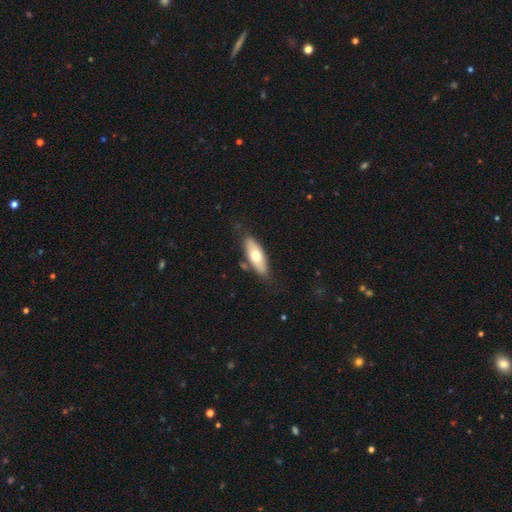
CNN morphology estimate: Q: Smooth or featured?
A: smooth (63%); runner-up: featured or disk (31%)
Q: How rounded?
A: in between (72%); runner-up: cigar-shaped (26%)
Q: Merging?
A: none (78%); runner-up: minor disturbance (15%)